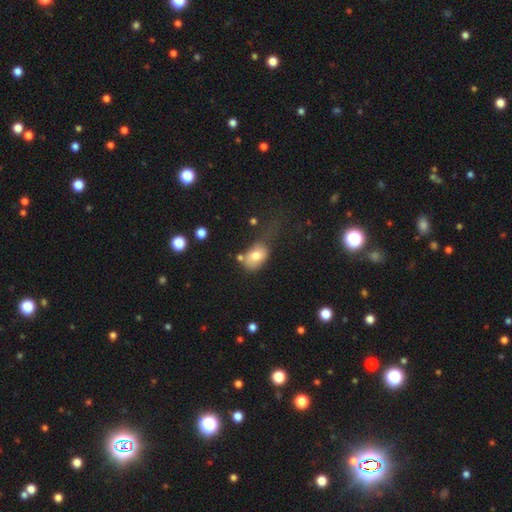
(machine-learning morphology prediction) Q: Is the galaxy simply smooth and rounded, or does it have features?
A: smooth — 75%.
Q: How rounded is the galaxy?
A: in between — 73%.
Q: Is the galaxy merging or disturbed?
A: none — 34%.